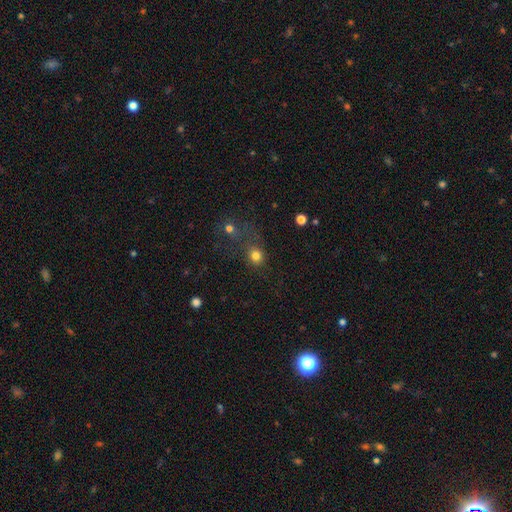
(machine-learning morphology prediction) A smooth galaxy with no disk features (78%) that is round (83%).

Vote fractions:
- Smooth or featured? smooth: 78% / star or artifact: 15% / featured or disk: 7%
- How rounded? round: 83% / in between: 16% / cigar-shaped: 1%
- Merging? none: 55% / merger: 23% / minor disturbance: 12% / major disturbance: 10%